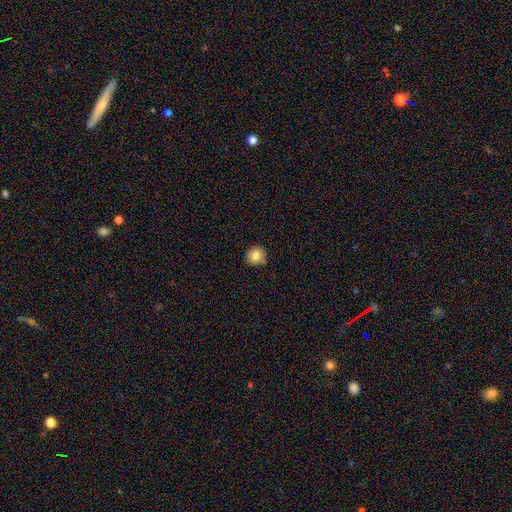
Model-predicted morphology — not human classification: Smooth or featured? smooth (81%)
How rounded? round (85%)
Merging? none (77%)